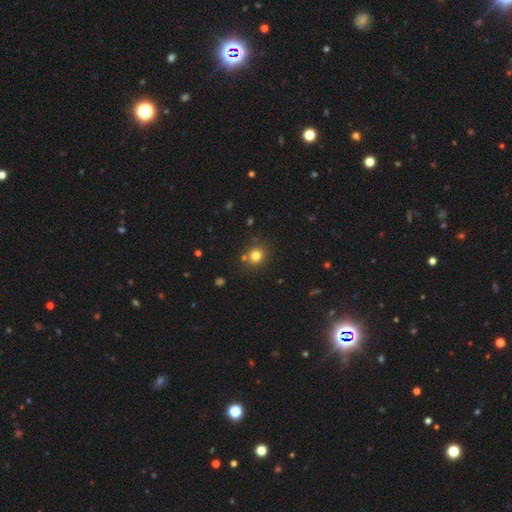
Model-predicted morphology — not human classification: type=smooth (79%); roundness=round (81%); merging=none (80%).